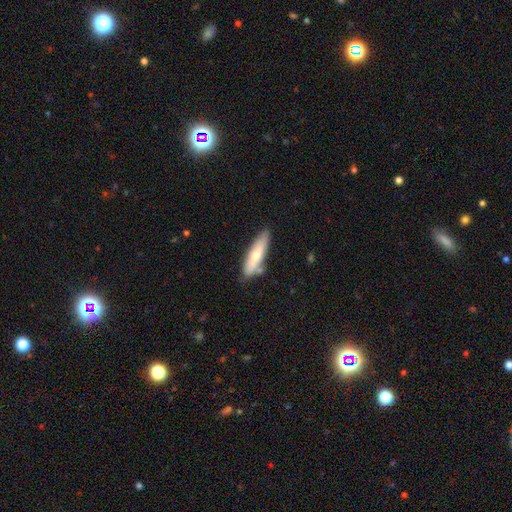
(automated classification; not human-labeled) Smooth or featured? smooth (66%)
How rounded? cigar-shaped (68%)
Merging? none (71%)